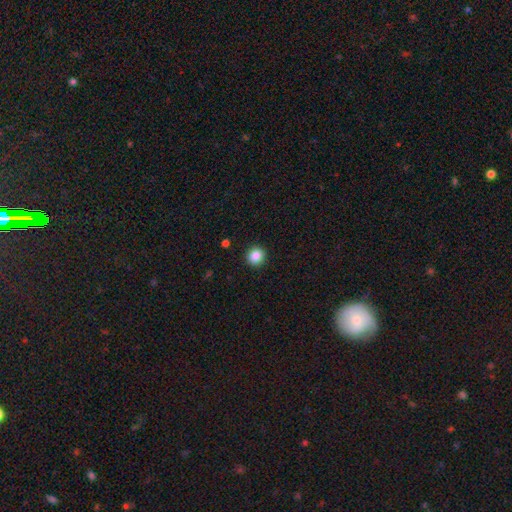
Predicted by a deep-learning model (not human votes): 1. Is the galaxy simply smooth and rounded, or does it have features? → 87% smooth, 10% star or artifact, 4% featured or disk.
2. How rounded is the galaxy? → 92% round, 7% in between, 1% cigar-shaped.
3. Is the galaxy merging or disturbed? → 92% none, 5% minor disturbance, 2% major disturbance, 1% merger.